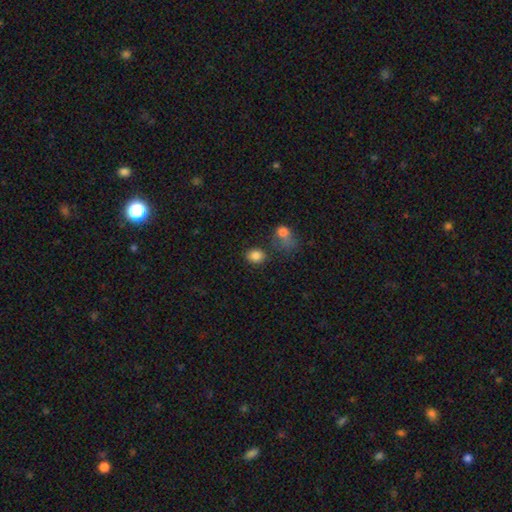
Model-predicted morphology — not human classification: Smooth or featured?
  - smooth: 84% *
  - star or artifact: 10%
  - featured or disk: 6%
How rounded?
  - round: 51% *
  - in between: 48%
  - cigar-shaped: 1%
Merging?
  - none: 72% *
  - minor disturbance: 13%
  - merger: 9%
  - major disturbance: 6%